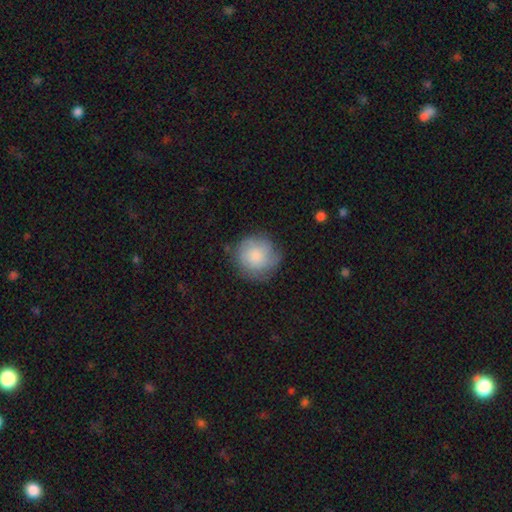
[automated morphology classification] Q: Smooth or featured?
A: smooth (73%); runner-up: featured or disk (20%)
Q: How rounded?
A: round (92%); runner-up: in between (7%)
Q: Merging?
A: none (70%); runner-up: minor disturbance (21%)